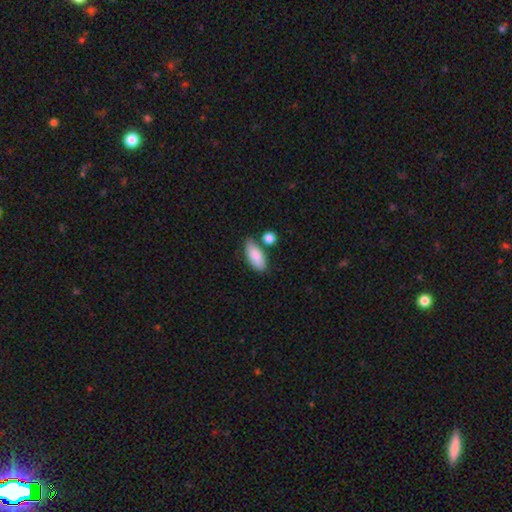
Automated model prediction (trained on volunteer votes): A smooth galaxy with no disk features (86%) that is in between round and cigar-shaped (84%). Merging: none (67%).